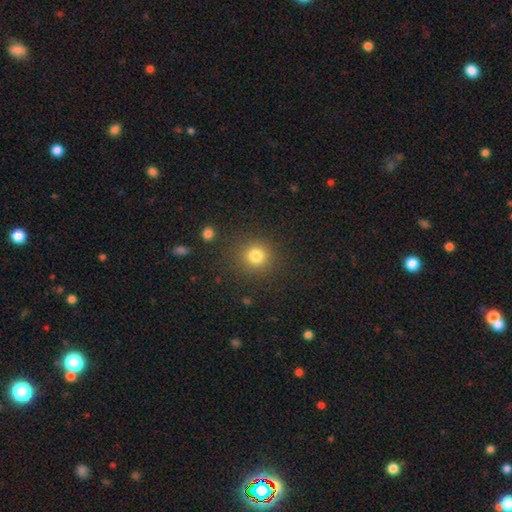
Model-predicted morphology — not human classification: type=smooth (81%); roundness=round (90%); merging=none (87%).